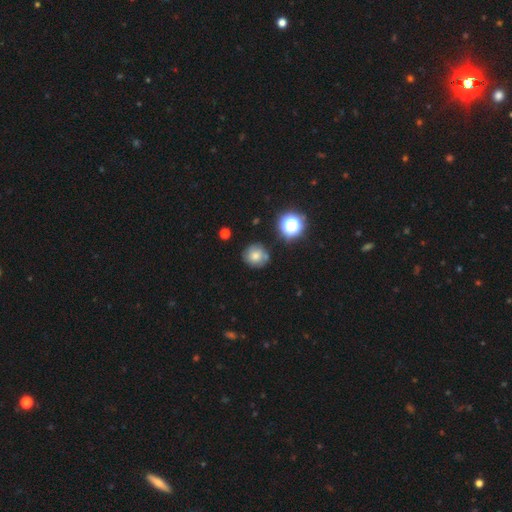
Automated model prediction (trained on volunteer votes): A smooth galaxy with no disk features (67%) that is round (89%). Merging: none (73%).